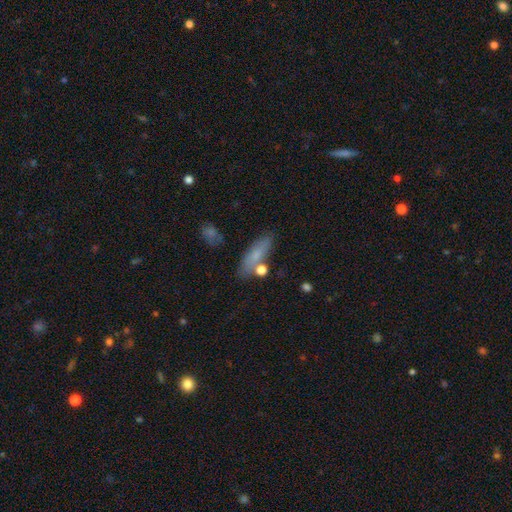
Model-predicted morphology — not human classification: smooth_or_featured: smooth (p=0.72) [alt: featured or disk p=0.19]
how_rounded: in between (p=0.52) [alt: cigar-shaped p=0.43]
merging: none (p=0.71) [alt: minor disturbance p=0.16]